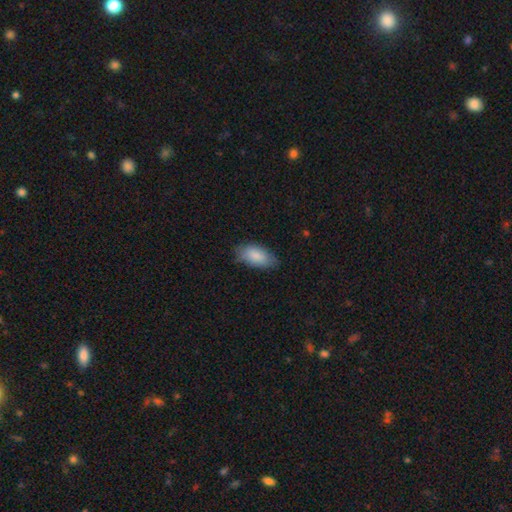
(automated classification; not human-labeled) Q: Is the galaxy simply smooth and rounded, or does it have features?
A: smooth — 87%.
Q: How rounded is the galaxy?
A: in between — 93%.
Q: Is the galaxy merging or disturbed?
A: none — 75%.